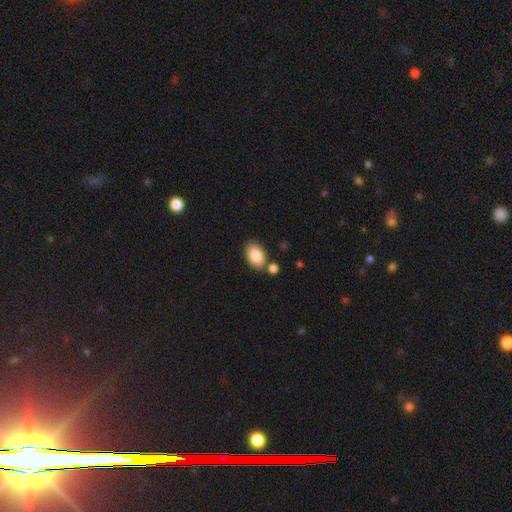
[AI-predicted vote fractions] A smooth galaxy with no disk features (85%) that is in between round and cigar-shaped (90%).

Vote fractions:
- Smooth or featured? smooth: 85% / featured or disk: 8% / star or artifact: 7%
- How rounded? in between: 90% / round: 9% / cigar-shaped: 1%
- Merging? none: 74% / minor disturbance: 12% / merger: 11% / major disturbance: 3%